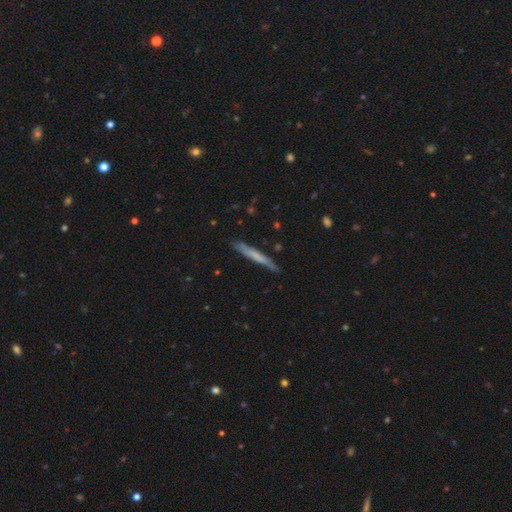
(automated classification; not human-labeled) smooth_or_featured: smooth (p=0.57) [alt: featured or disk p=0.37]
how_rounded: cigar-shaped (p=0.96) [alt: in between p=0.03]
merging: none (p=0.84) [alt: minor disturbance p=0.12]